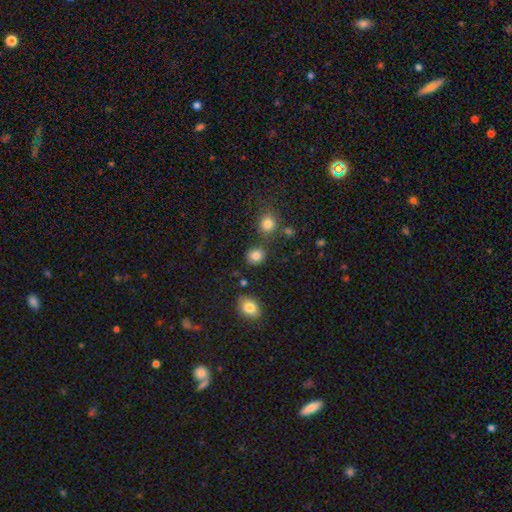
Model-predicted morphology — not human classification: Smooth or featured: smooth — 83% (star or artifact — 11%)
How rounded: round — 75% (in between — 24%)
Merging: none — 80% (minor disturbance — 10%)